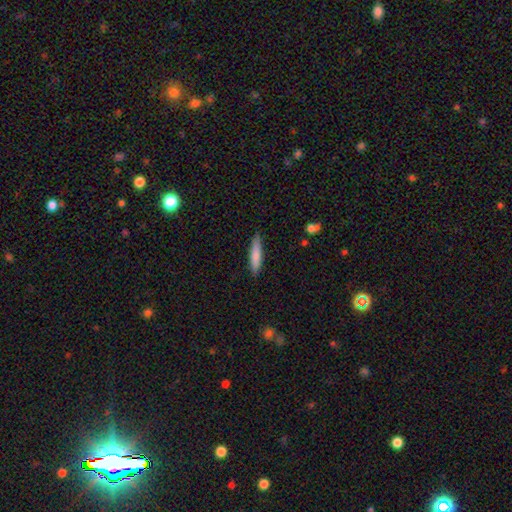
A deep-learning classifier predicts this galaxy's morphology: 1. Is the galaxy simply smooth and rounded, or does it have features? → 80% smooth, 14% featured or disk, 6% star or artifact.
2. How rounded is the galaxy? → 85% cigar-shaped, 14% in between, 1% round.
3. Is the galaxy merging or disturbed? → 86% none, 11% minor disturbance, 2% major disturbance, 1% merger.